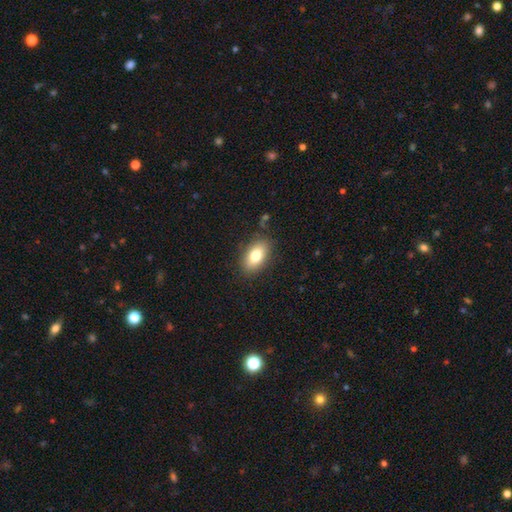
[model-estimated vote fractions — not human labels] This appears to be a smooth galaxy with no disk features (78%) that is in between round and cigar-shaped (89%). Merging: none (85%).